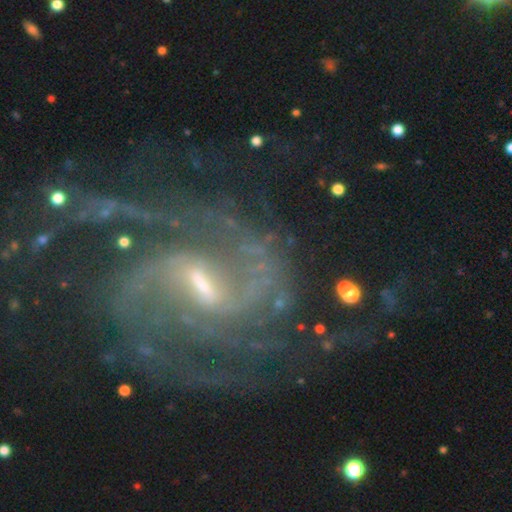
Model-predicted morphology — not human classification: featured or disk 91%, star or artifact 6%, smooth 3%. Down the decision tree: edge-on disk — no (98%); bar — weak (57%); spiral arms — yes (98%); spiral arm count — 2 (57%); spiral winding — medium (54%); bulge size — small (58%); merging — none (62%).